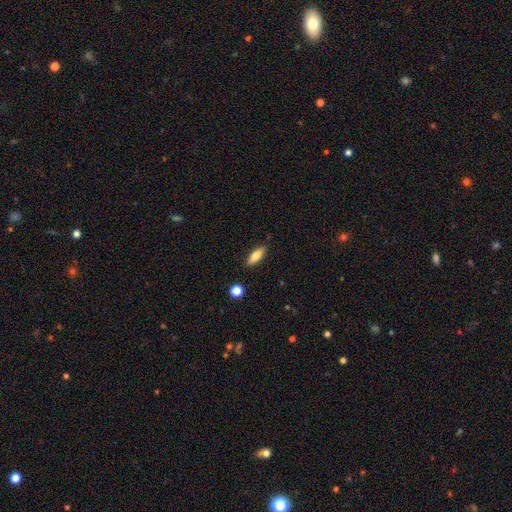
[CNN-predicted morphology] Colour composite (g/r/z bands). It shows a smooth galaxy with no disk features (74%) that is in between round and cigar-shaped (62%). Merging: none (87%).